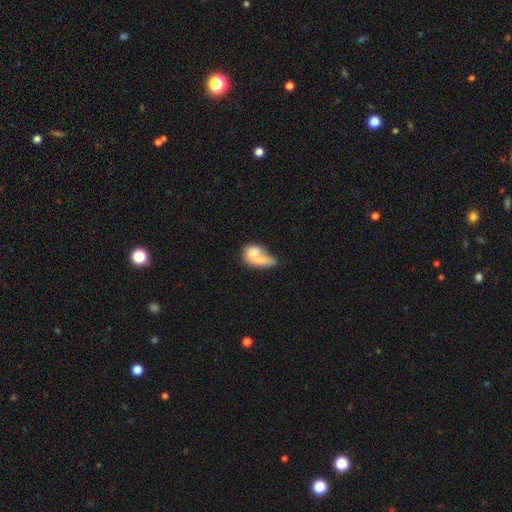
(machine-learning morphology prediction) smooth_or_featured: smooth (p=0.69) [alt: featured or disk p=0.24]
how_rounded: in between (p=0.71) [alt: round p=0.22]
merging: merger (p=0.63) [alt: none p=0.17]